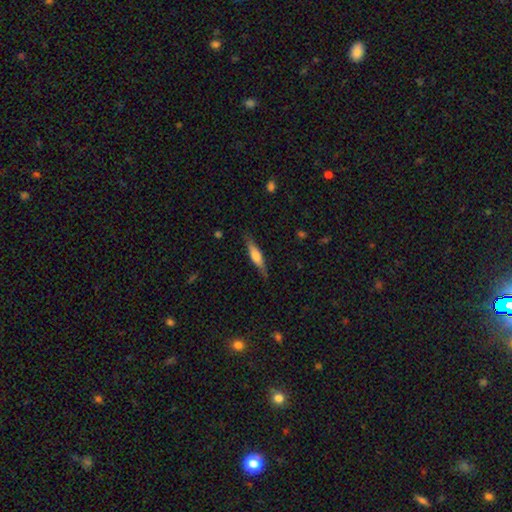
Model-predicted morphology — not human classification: Smooth or featured: smooth — 53% (featured or disk — 41%)
How rounded: cigar-shaped — 76% (in between — 22%)
Merging: none — 82% (minor disturbance — 14%)